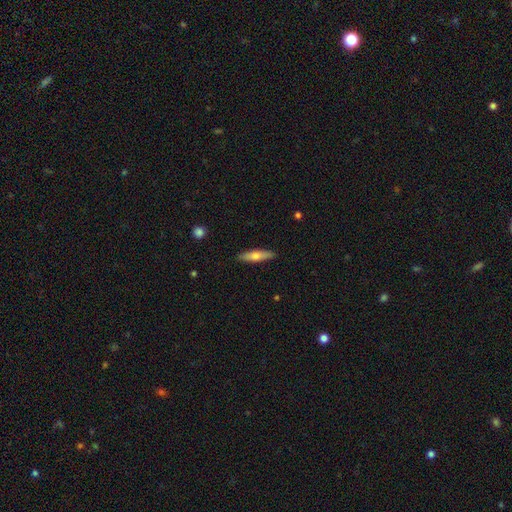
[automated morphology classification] Smooth or featured? Predicted: smooth (p=0.60). How rounded? Predicted: cigar-shaped (p=0.74). Merging? Predicted: none (p=0.89).